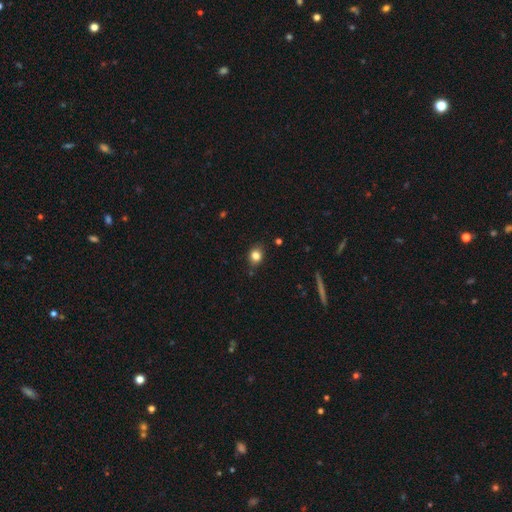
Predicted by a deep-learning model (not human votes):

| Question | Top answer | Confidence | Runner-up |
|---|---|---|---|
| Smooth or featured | smooth | 81% | star or artifact (11%) |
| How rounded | round | 53% | in between (46%) |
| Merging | none | 81% | minor disturbance (14%) |